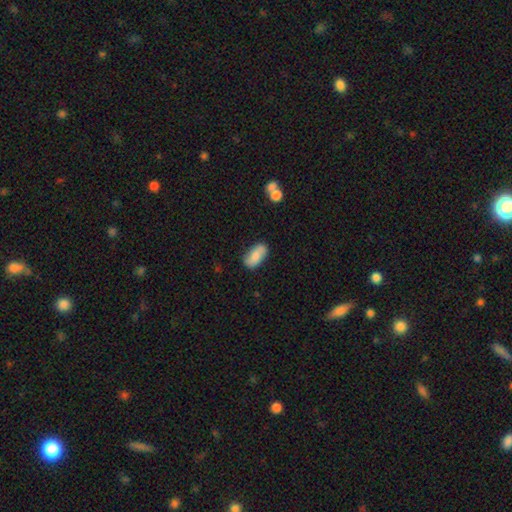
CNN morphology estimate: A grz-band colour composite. It shows a smooth galaxy with no disk features (74%) that is in between round and cigar-shaped (90%). Merging: none (76%).